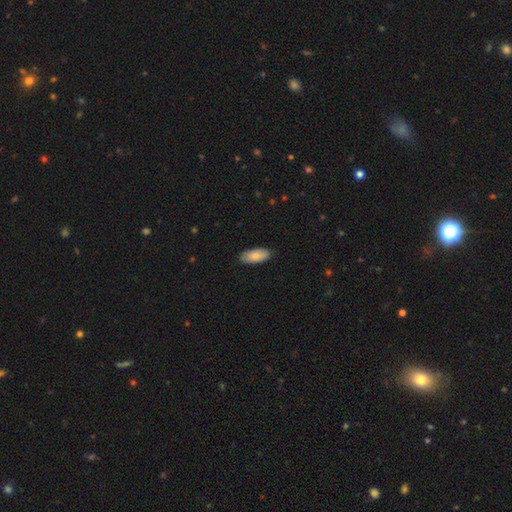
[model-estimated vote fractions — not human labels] Q: Smooth or featured?
A: smooth (85%); runner-up: featured or disk (9%)
Q: How rounded?
A: in between (88%); runner-up: cigar-shaped (10%)
Q: Merging?
A: none (87%); runner-up: minor disturbance (10%)